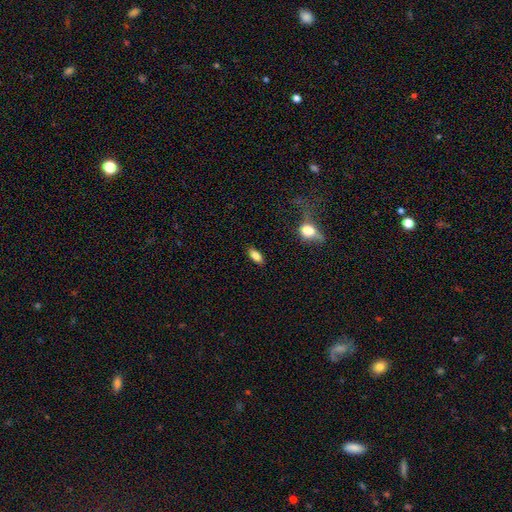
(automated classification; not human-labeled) The model was most divided on "smooth or featured": smooth: 81%, featured or disk: 10%, star or artifact: 9%. More confident: merging — none (87%); how rounded — in between (84%).